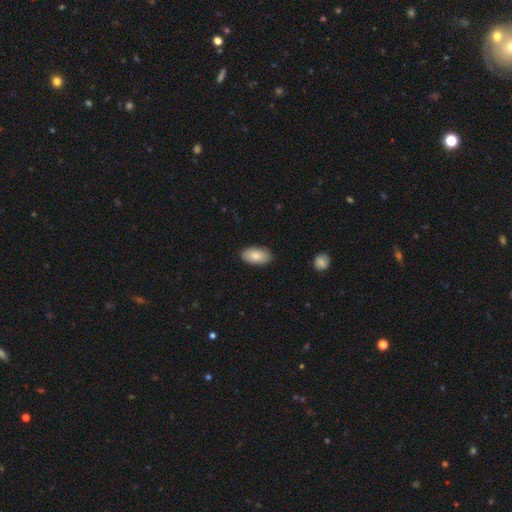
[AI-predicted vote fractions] Q: Smooth or featured?
A: smooth (83%); runner-up: featured or disk (11%)
Q: How rounded?
A: in between (95%); runner-up: round (3%)
Q: Merging?
A: none (87%); runner-up: minor disturbance (10%)